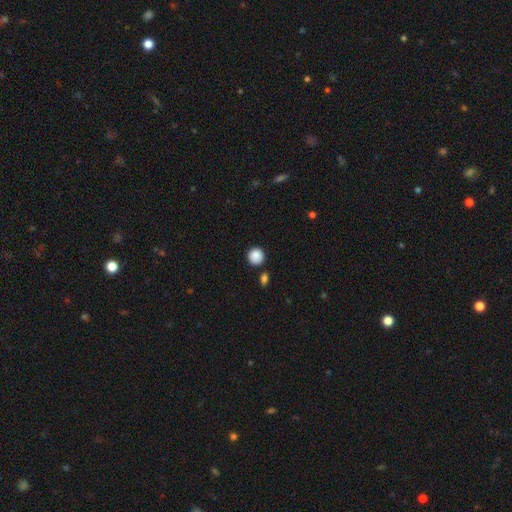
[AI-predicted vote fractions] smooth_or_featured: smooth (p=0.88) [alt: star or artifact p=0.08]
how_rounded: round (p=0.93) [alt: in between p=0.06]
merging: none (p=0.86) [alt: minor disturbance p=0.07]